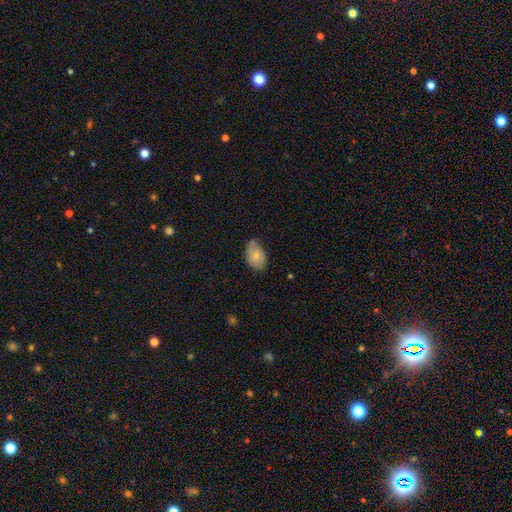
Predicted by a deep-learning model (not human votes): smooth-or-featured: smooth: 79% | featured or disk: 14% | star or artifact: 7%
  how-rounded: in between: 89% | round: 10% | cigar-shaped: 1%
  merging: none: 59% | minor disturbance: 34% | major disturbance: 6% | merger: 2%